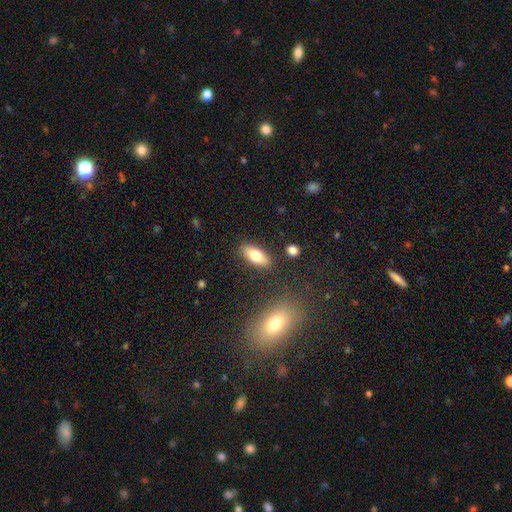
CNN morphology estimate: A smooth galaxy with no disk features (76%) that is in between round and cigar-shaped (82%). Merging: none (85%).